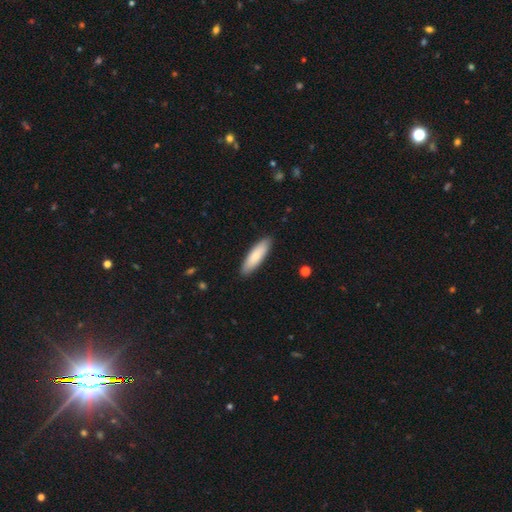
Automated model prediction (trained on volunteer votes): This appears to be a smooth galaxy with no disk features (80%) that is cigar-shaped (58%). Merging: none (90%).